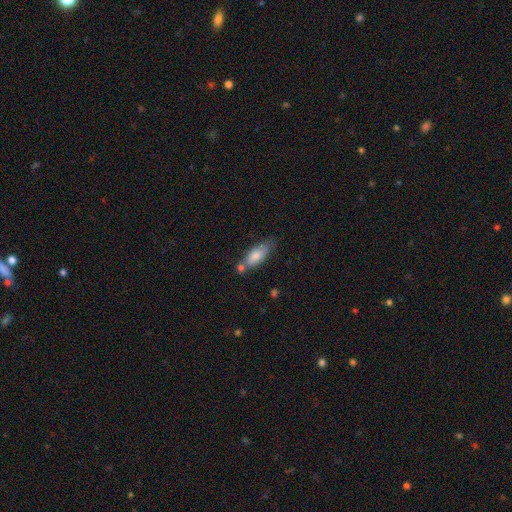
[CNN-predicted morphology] Smooth or featured: smooth — 79% (featured or disk — 14%)
How rounded: in between — 76% (cigar-shaped — 22%)
Merging: none — 54% (minor disturbance — 21%)